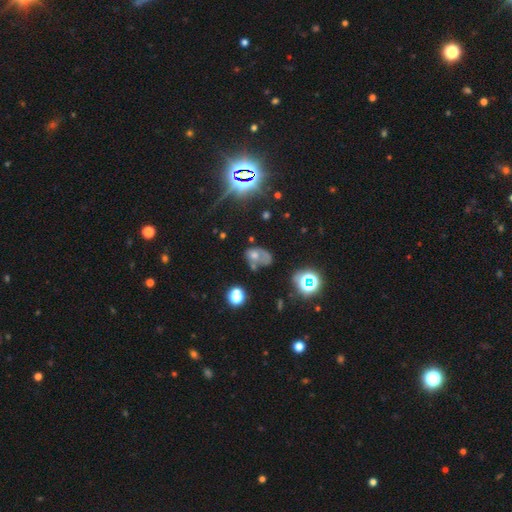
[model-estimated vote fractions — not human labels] Smooth or featured? Predicted: smooth (p=0.48). Merging? Predicted: major disturbance (p=0.28).